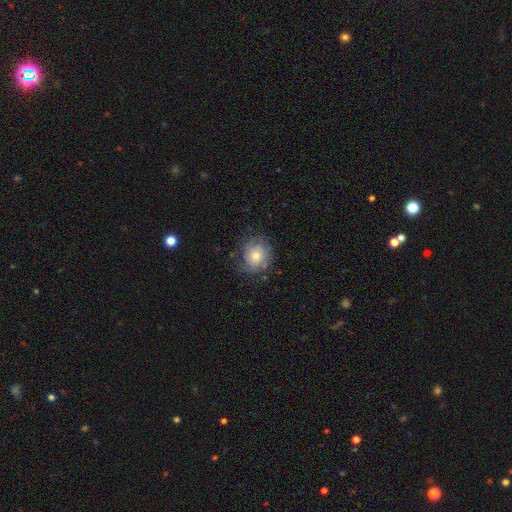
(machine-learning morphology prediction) A featured or disk galaxy (51%).

Vote fractions:
- Smooth or featured? featured or disk: 51% / smooth: 39% / star or artifact: 10%
- Edge-on disk? no: 97% / yes: 3%
- Merging? none: 69% / minor disturbance: 20% / major disturbance: 9% / merger: 1%